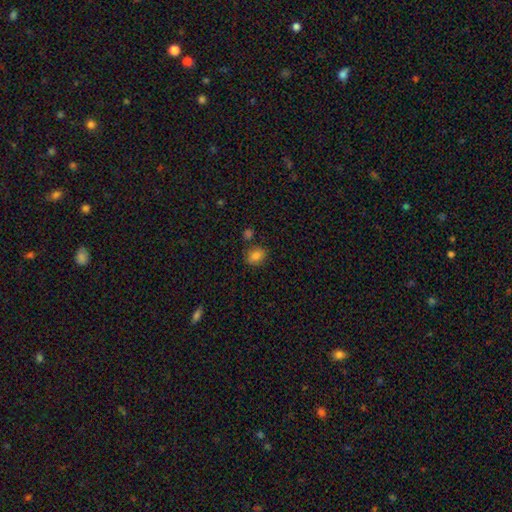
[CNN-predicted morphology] Smooth or featured?
  - smooth: 83% *
  - star or artifact: 11%
  - featured or disk: 6%
How rounded?
  - in between: 59% *
  - round: 40%
  - cigar-shaped: 1%
Merging?
  - none: 75% *
  - minor disturbance: 14%
  - merger: 8%
  - major disturbance: 4%